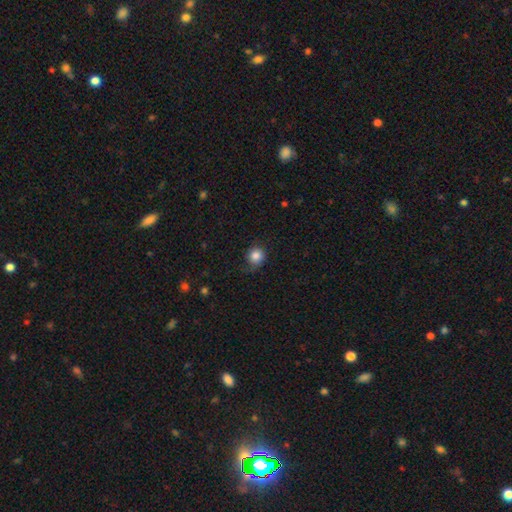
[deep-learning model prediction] smooth_or_featured: smooth (p=0.84) [alt: star or artifact p=0.09]
how_rounded: round (p=0.82) [alt: in between p=0.17]
merging: none (p=0.62) [alt: minor disturbance p=0.26]